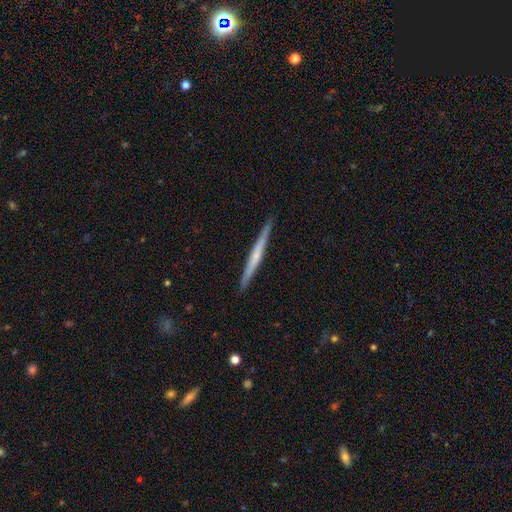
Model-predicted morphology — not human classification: type=featured or disk (60%); edge-on=yes (98%); edge-on bulge=none (57%); merging=none (91%).